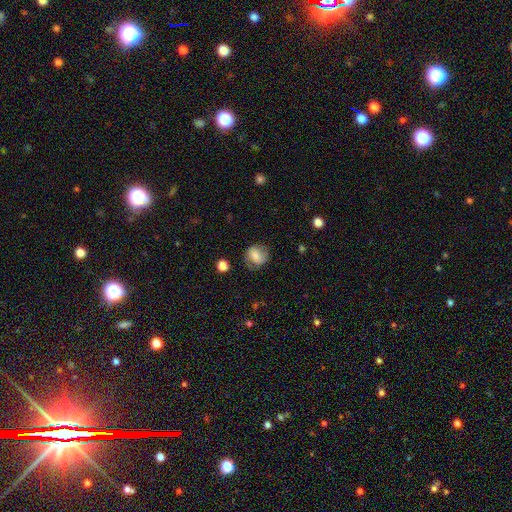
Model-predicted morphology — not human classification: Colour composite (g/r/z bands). It shows a smooth galaxy with no disk features (56%) that is round (73%). Merging: none (72%).